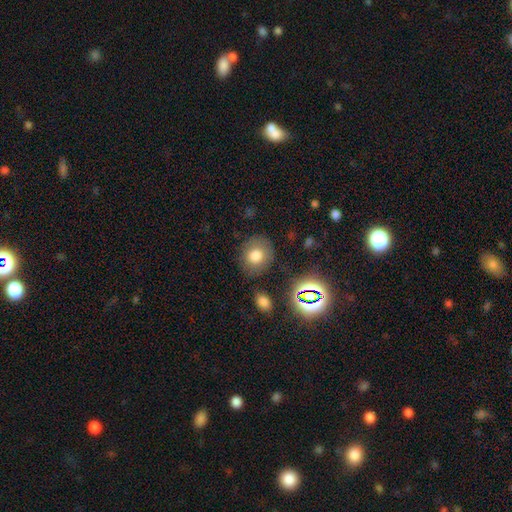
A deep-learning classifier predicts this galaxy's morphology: A smooth galaxy with no disk features (74%) that is round (75%).

Vote fractions:
- Smooth or featured? smooth: 74% / star or artifact: 14% / featured or disk: 12%
- How rounded? round: 75% / in between: 24% / cigar-shaped: 1%
- Merging? none: 78% / minor disturbance: 13% / major disturbance: 5% / merger: 3%